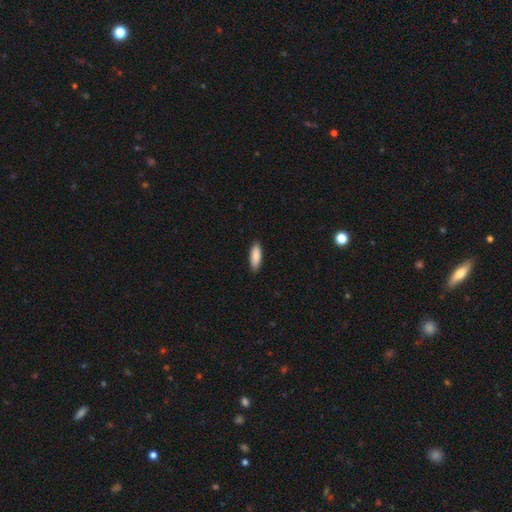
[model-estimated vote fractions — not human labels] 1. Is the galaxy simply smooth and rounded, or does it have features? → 89% smooth, 6% featured or disk, 5% star or artifact.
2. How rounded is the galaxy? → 60% in between, 39% cigar-shaped, 2% round.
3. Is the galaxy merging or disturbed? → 89% none, 9% minor disturbance, 2% major disturbance, 1% merger.